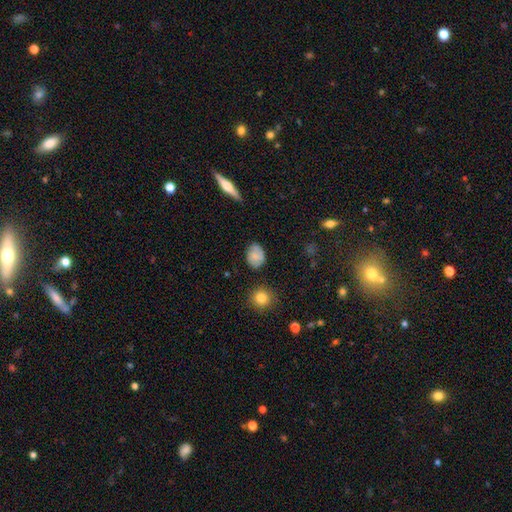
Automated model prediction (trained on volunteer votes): smooth 70%, featured or disk 20%, star or artifact 9%. Down the decision tree: how rounded — in between (63%); merging — none (71%).